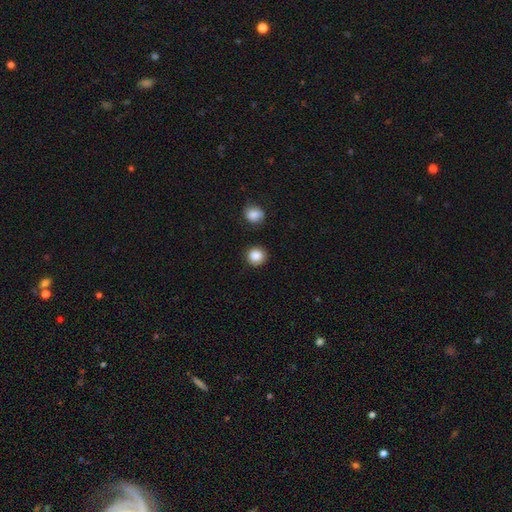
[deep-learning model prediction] The model was most divided on "smooth or featured": smooth: 87%, star or artifact: 9%, featured or disk: 4%. More confident: how rounded — round (90%); merging — none (86%).